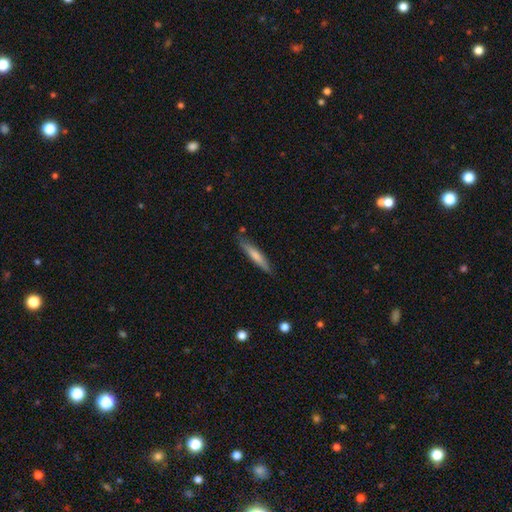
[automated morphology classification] Q: Smooth or featured?
A: smooth (65%); runner-up: featured or disk (30%)
Q: How rounded?
A: cigar-shaped (91%); runner-up: in between (7%)
Q: Merging?
A: none (83%); runner-up: minor disturbance (12%)